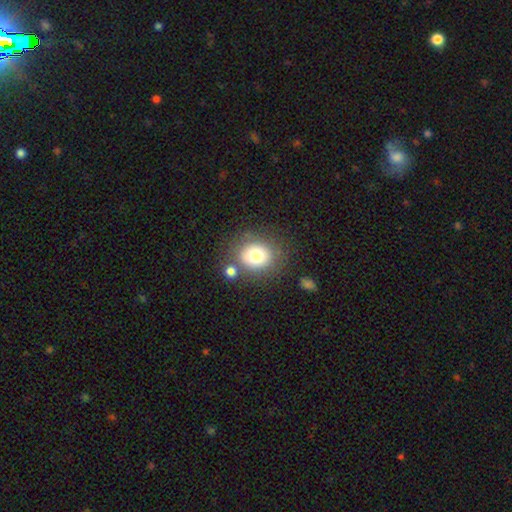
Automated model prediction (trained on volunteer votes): Smooth or featured?
  - smooth: 76% *
  - featured or disk: 13%
  - star or artifact: 11%
How rounded?
  - round: 69% *
  - in between: 30%
  - cigar-shaped: 1%
Merging?
  - none: 69% *
  - minor disturbance: 13%
  - merger: 13%
  - major disturbance: 6%